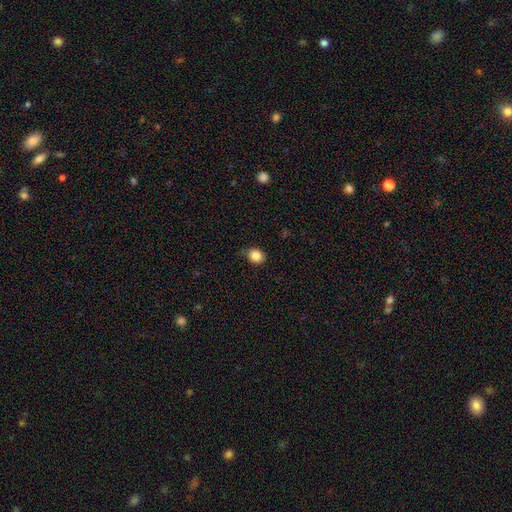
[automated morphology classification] A smooth galaxy with no disk features (85%) that is round (69%).

Vote fractions:
- Smooth or featured? smooth: 85% / star or artifact: 10% / featured or disk: 5%
- How rounded? round: 69% / in between: 30% / cigar-shaped: 1%
- Merging? none: 83% / minor disturbance: 13% / major disturbance: 3% / merger: 1%